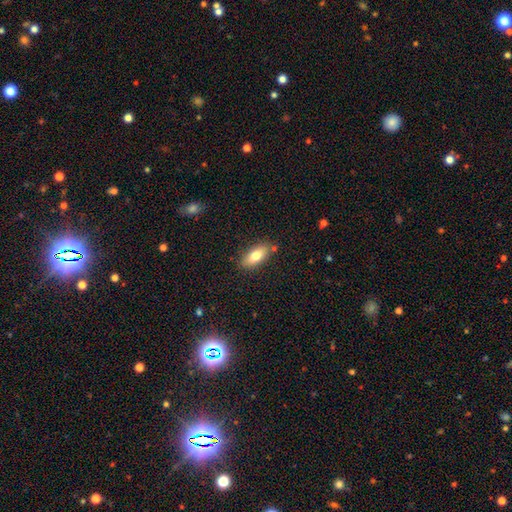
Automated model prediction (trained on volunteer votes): Smooth or featured: smooth — 76% (featured or disk — 17%)
How rounded: in between — 84% (cigar-shaped — 13%)
Merging: none — 83% (minor disturbance — 12%)